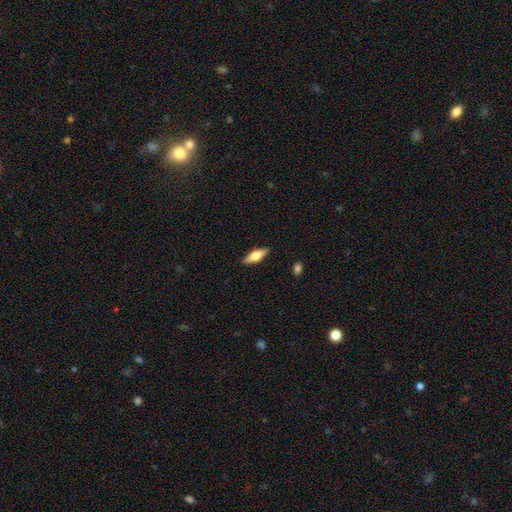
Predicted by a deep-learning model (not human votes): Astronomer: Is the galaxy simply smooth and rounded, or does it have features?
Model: smooth — 52% (runner-up: featured or disk, 42%).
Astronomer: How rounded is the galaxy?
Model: in between — 54% (runner-up: cigar-shaped, 43%).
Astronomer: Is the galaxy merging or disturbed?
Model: none — 88%.